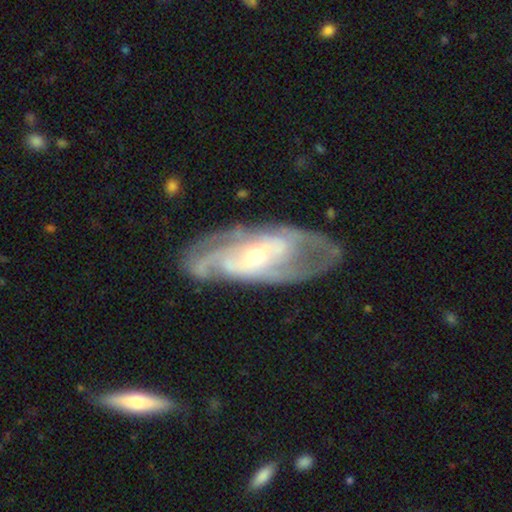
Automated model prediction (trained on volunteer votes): This is clearly a featured or disk galaxy (87%). It is clearly not viewed edge-on (91%). Bar: possibly no (55%). Spiral arm pattern: clearly yes (94%). Spiral arm count: marginally 2 (33%). Spiral winding: possibly tight (51%). Central bulge: possibly small (53%). Merging: likely none (73%).